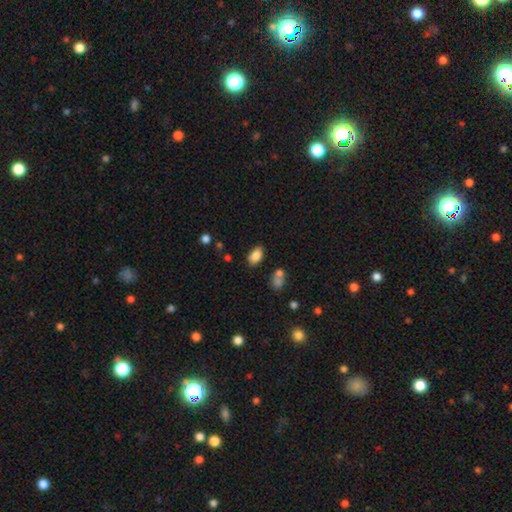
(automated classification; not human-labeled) smooth_or_featured: smooth (p=0.84) [alt: star or artifact p=0.09]
how_rounded: in between (p=0.90) [alt: round p=0.08]
merging: none (p=0.73) [alt: minor disturbance p=0.17]